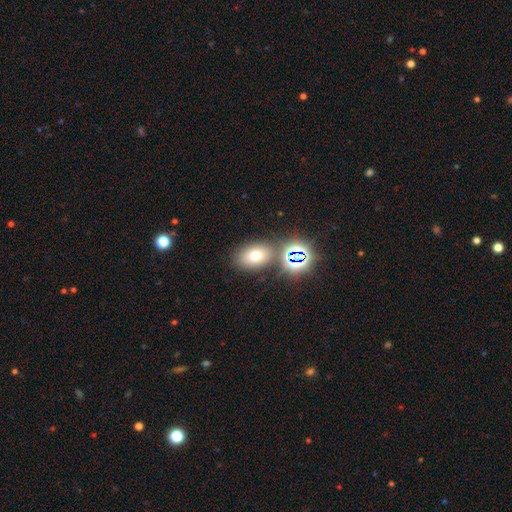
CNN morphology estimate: smooth_or_featured: smooth (p=0.67) [alt: star or artifact p=0.21]
how_rounded: in between (p=0.79) [alt: round p=0.19]
merging: none (p=0.74) [alt: merger p=0.11]